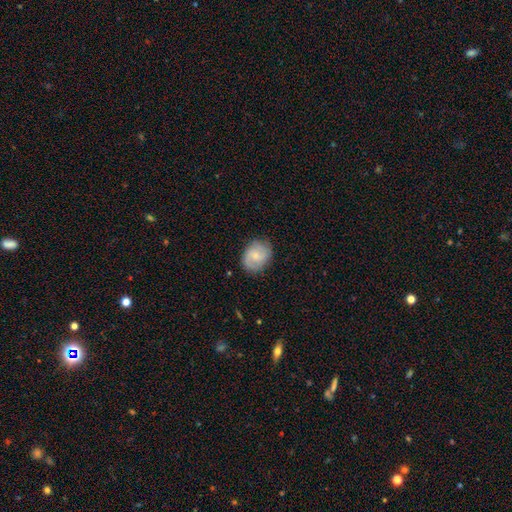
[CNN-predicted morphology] Smooth or featured: featured or disk — 46% (tied with smooth — 46%)
Merging: none — 78% (minor disturbance — 16%)